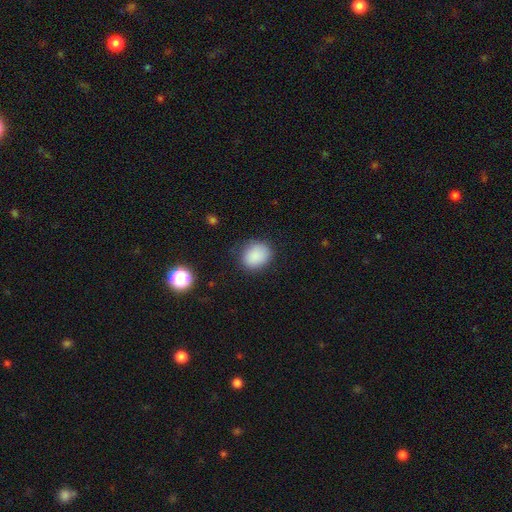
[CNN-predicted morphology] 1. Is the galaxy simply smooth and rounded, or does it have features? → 87% smooth, 9% star or artifact, 4% featured or disk.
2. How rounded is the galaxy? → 59% round, 40% in between, 1% cigar-shaped.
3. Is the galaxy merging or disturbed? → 79% none, 15% minor disturbance, 4% major disturbance, 1% merger.